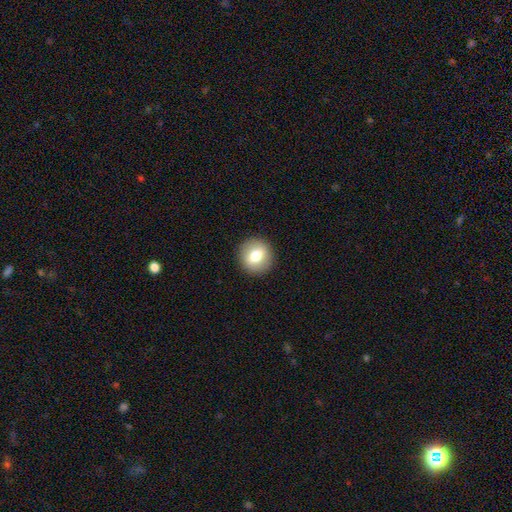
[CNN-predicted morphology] Smooth or featured?
  - smooth: 69% *
  - featured or disk: 22%
  - star or artifact: 9%
How rounded?
  - round: 89% *
  - in between: 10%
  - cigar-shaped: 1%
Merging?
  - none: 91% *
  - minor disturbance: 6%
  - major disturbance: 2%
  - merger: 1%